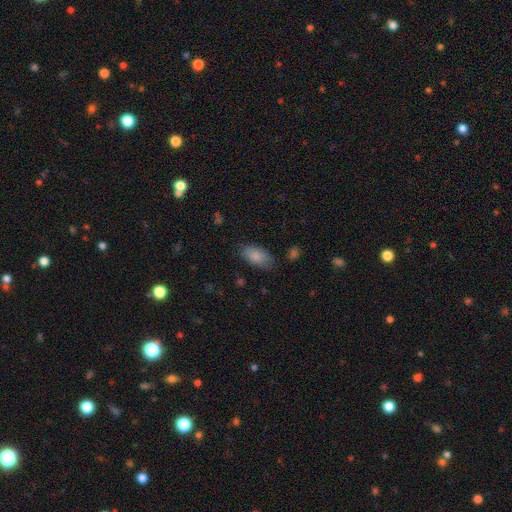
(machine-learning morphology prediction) Smooth or featured? smooth (85%)
How rounded? in between (93%)
Merging? none (77%)